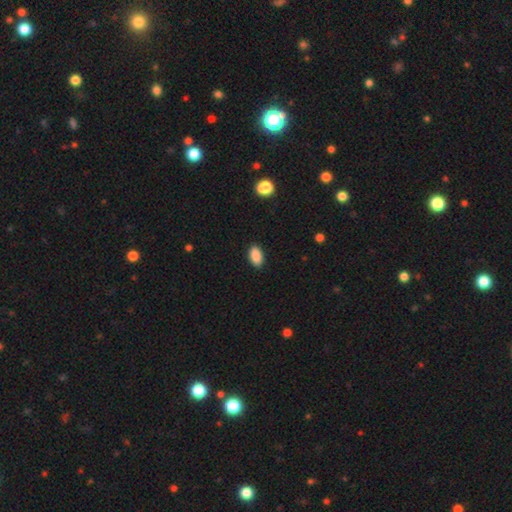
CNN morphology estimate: Smooth or featured?
  - smooth: 89% *
  - star or artifact: 8%
  - featured or disk: 3%
How rounded?
  - in between: 93% *
  - round: 5%
  - cigar-shaped: 2%
Merging?
  - none: 89% *
  - minor disturbance: 8%
  - major disturbance: 2%
  - merger: 1%